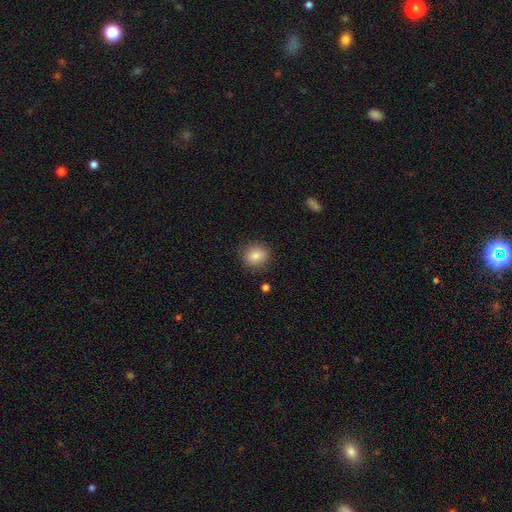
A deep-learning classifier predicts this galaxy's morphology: A smooth galaxy with no disk features (84%) that is round (74%). Merging: none (86%).